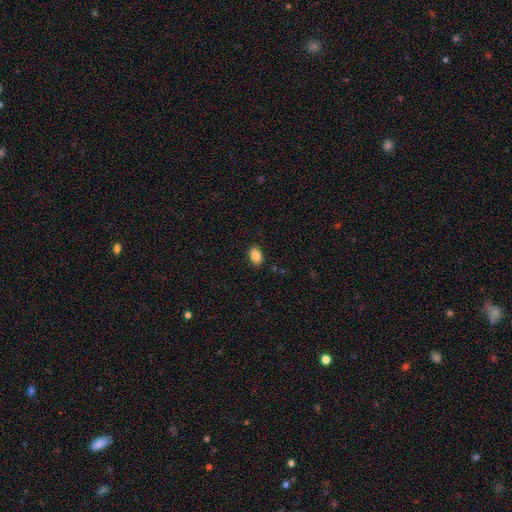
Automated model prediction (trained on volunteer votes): smooth-or-featured: smooth: 87% | star or artifact: 8% | featured or disk: 5%
  how-rounded: in between: 86% | round: 13% | cigar-shaped: 1%
  merging: none: 88% | minor disturbance: 9% | major disturbance: 2% | merger: 1%